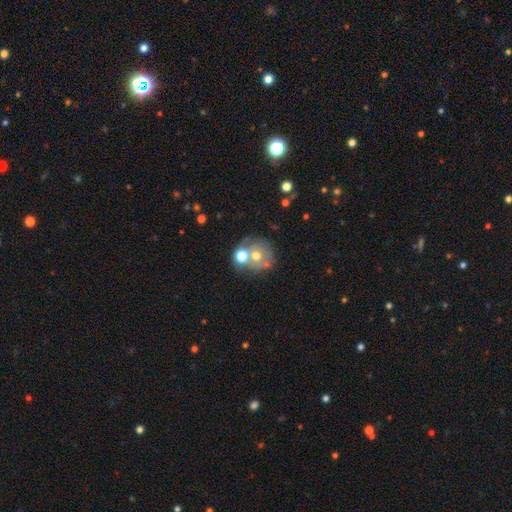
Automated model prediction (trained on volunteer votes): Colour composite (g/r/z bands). It shows a smooth galaxy with no disk features (53%) that is round (85%). Merging: none (44%).